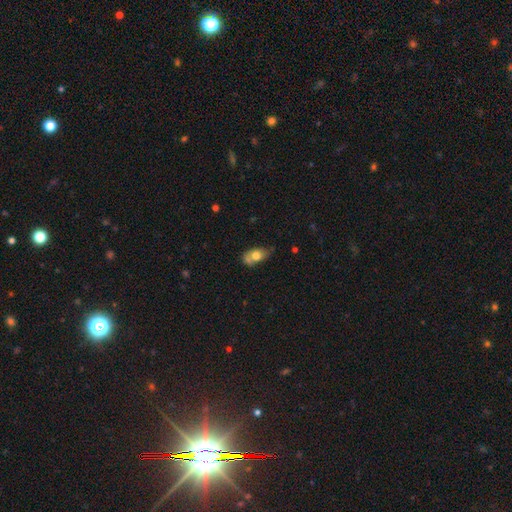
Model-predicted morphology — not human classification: This is likely a smooth galaxy (66%). How rounded: clearly in between (84%). Merging: marginally none (40%).